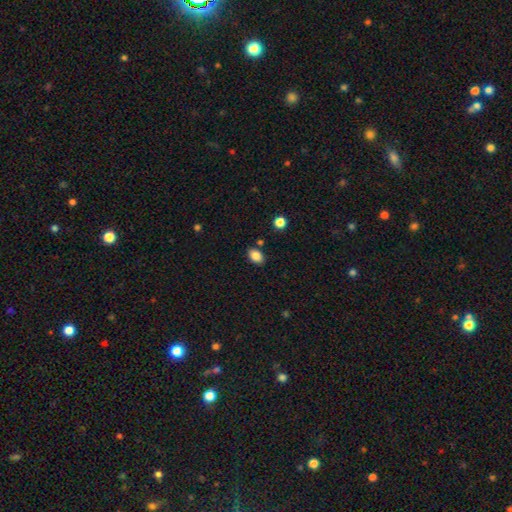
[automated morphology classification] Smooth or featured? Predicted: smooth (p=0.86). How rounded? Predicted: in between (p=0.83). Merging? Predicted: none (p=0.81).